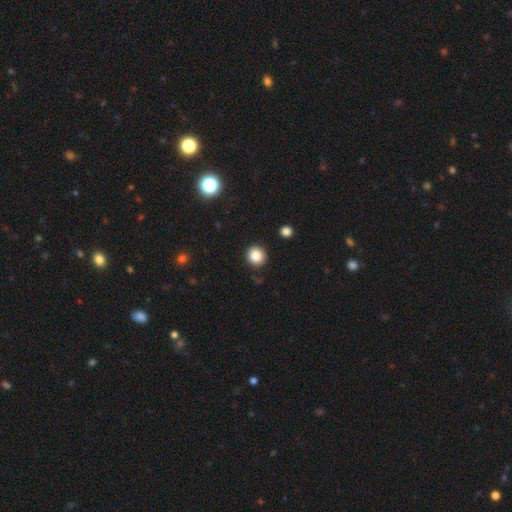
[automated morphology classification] Overall: smooth (85%). How rounded: round (89%). Merging: none (89%).